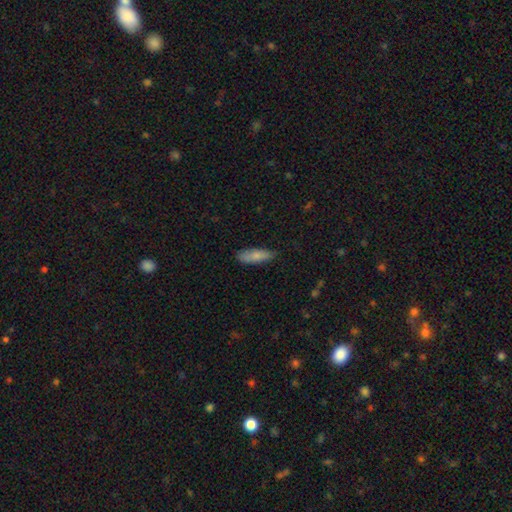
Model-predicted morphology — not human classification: Q: Smooth or featured?
A: smooth (81%); runner-up: featured or disk (13%)
Q: How rounded?
A: in between (57%); runner-up: cigar-shaped (41%)
Q: Merging?
A: none (79%); runner-up: minor disturbance (17%)